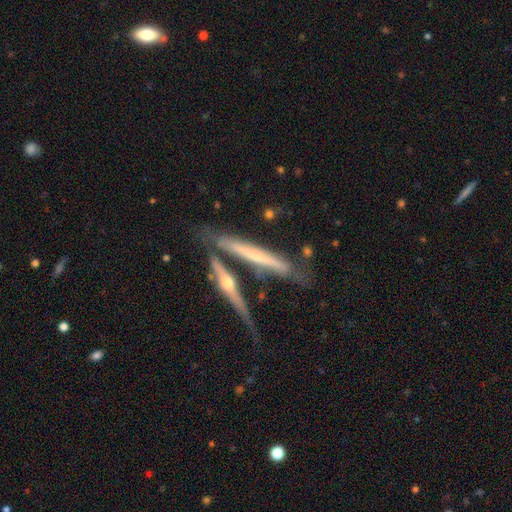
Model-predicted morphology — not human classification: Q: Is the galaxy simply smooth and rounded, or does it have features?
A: featured or disk — 69%.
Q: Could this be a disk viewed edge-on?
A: yes — 90%.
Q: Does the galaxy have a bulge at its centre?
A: rounded — 56%.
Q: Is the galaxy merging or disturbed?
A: none — 59%.